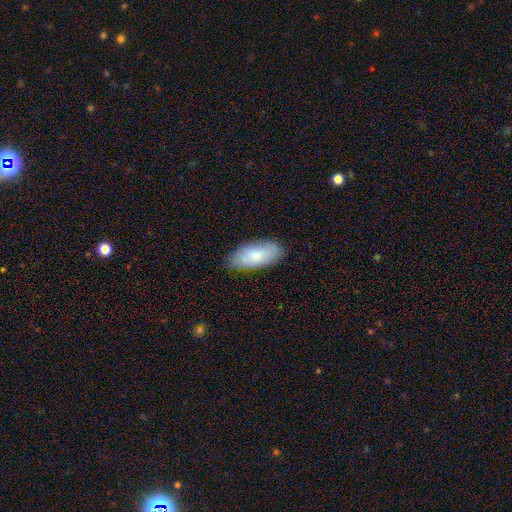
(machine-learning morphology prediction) The model was most divided on "smooth or featured": smooth: 76%, featured or disk: 18%, star or artifact: 6%. More confident: how rounded — in between (89%); merging — none (83%).